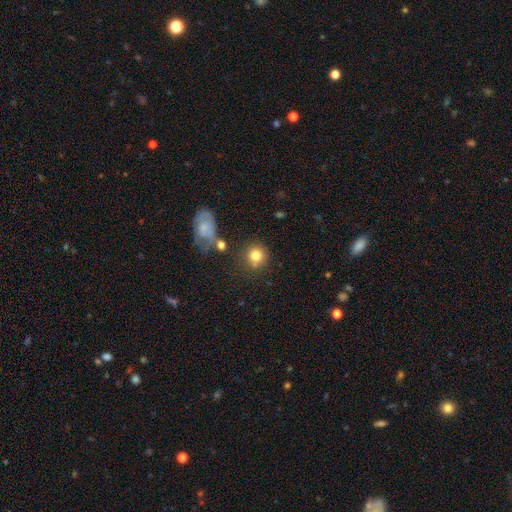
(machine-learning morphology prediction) A smooth galaxy with no disk features (80%) that is round (89%). Merging: none (71%).